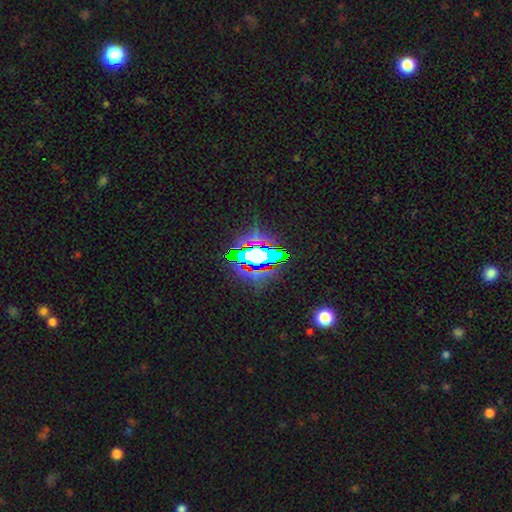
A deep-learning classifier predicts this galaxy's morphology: star or artifact 57%, smooth 22%, featured or disk 22%.